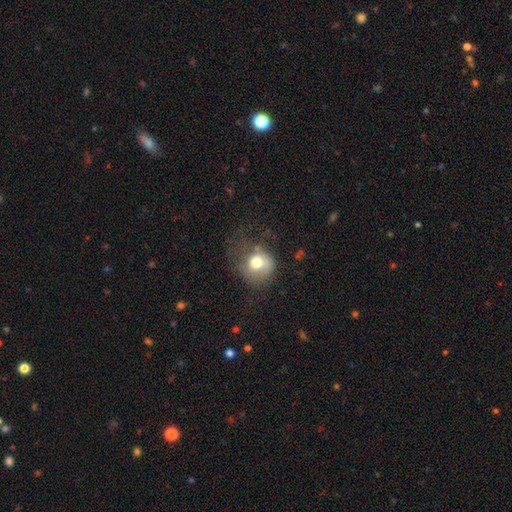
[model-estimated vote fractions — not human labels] Smooth or featured? smooth (64%)
How rounded? round (76%)
Merging? none (49%)